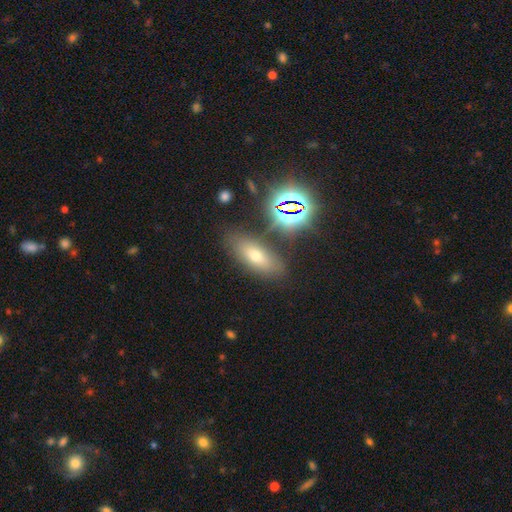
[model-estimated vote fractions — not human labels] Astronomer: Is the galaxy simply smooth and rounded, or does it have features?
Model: smooth — 53%.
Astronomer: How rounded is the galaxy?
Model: in between — 72%.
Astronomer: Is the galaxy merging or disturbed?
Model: none — 79%.